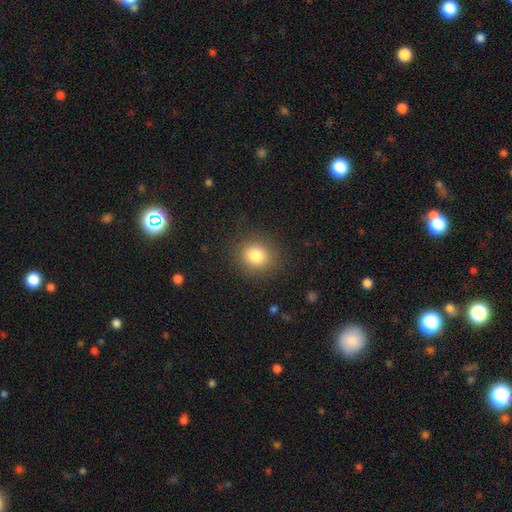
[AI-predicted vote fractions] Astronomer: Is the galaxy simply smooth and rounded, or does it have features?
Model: smooth — 82%.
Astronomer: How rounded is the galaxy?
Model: round — 81%.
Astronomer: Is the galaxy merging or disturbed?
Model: none — 88%.